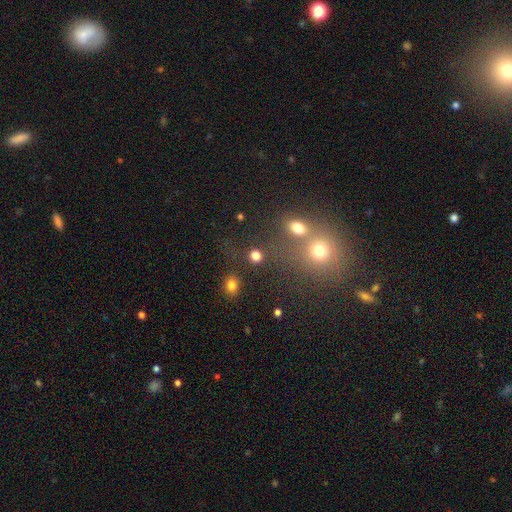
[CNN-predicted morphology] smooth-or-featured: smooth: 79% | star or artifact: 15% | featured or disk: 5%
  how-rounded: round: 83% | in between: 16% | cigar-shaped: 1%
  merging: none: 78% | merger: 10% | minor disturbance: 8% | major disturbance: 5%